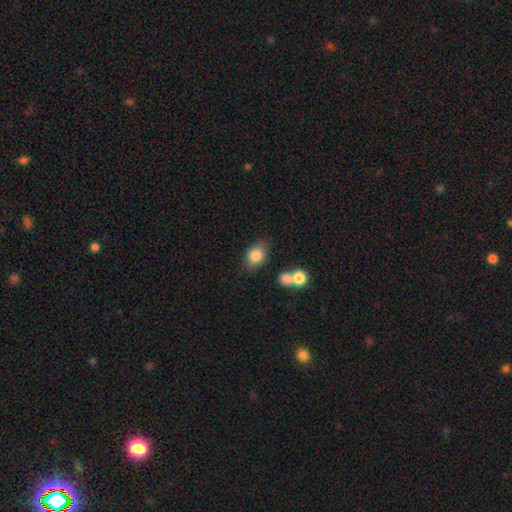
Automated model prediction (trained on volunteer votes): This appears to be a smooth galaxy with no disk features (83%) that is in between round and cigar-shaped (66%). Merging: none (70%).